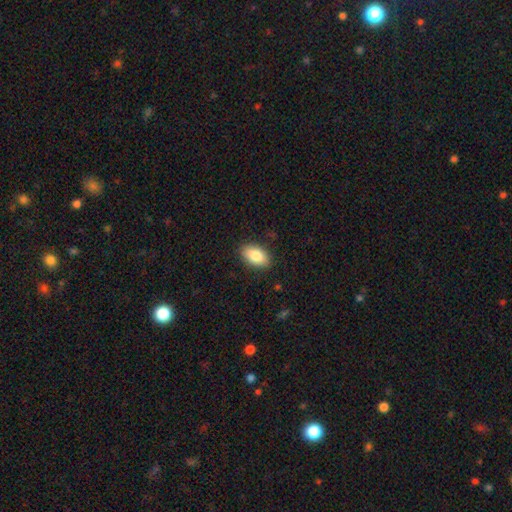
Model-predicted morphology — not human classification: Smooth or featured?
  - smooth: 84% *
  - featured or disk: 9%
  - star or artifact: 7%
How rounded?
  - in between: 92% *
  - round: 6%
  - cigar-shaped: 2%
Merging?
  - none: 87% *
  - minor disturbance: 9%
  - major disturbance: 2%
  - merger: 1%